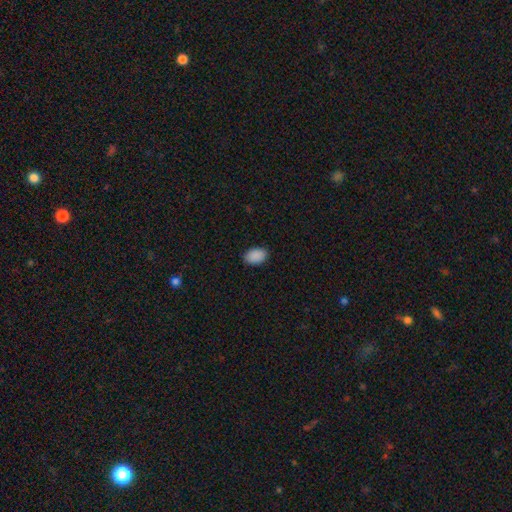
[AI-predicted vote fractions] Overall: smooth (90%). How rounded: in between (88%). Merging: none (88%).